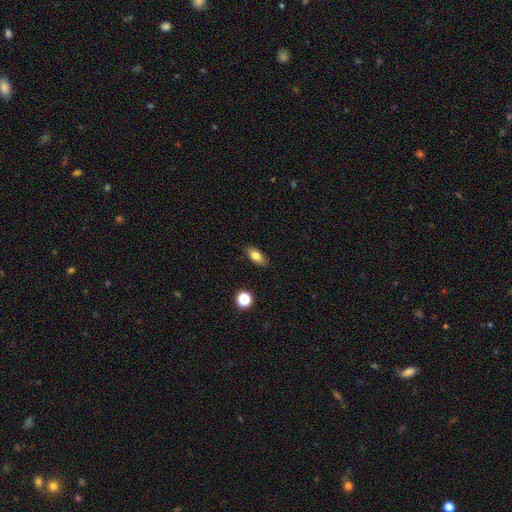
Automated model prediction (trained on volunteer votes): Q: Smooth or featured?
A: smooth (77%); runner-up: featured or disk (14%)
Q: How rounded?
A: in between (81%); runner-up: cigar-shaped (12%)
Q: Merging?
A: none (86%); runner-up: minor disturbance (10%)